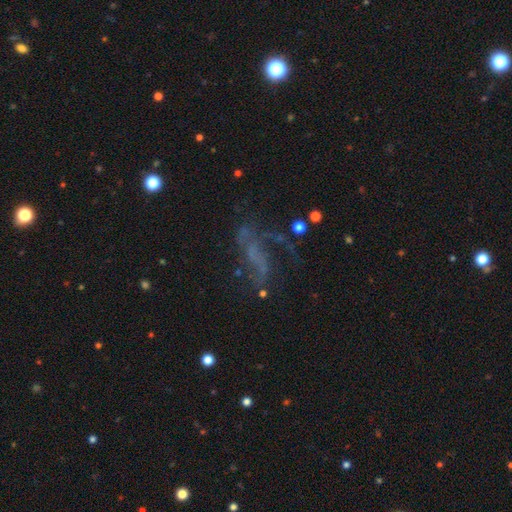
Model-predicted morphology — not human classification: Smooth or featured? Predicted: featured or disk (p=0.55). Edge-on disk? Predicted: no (p=0.88). Merging? Predicted: none (p=0.43).